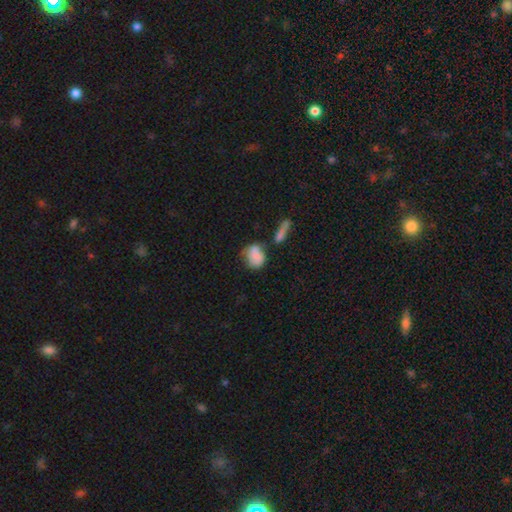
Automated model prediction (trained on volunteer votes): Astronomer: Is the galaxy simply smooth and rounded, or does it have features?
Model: smooth — 77%.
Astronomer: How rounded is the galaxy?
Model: in between — 52% (runner-up: round, 46%).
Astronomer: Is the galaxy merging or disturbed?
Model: none — 42% (runner-up: merger, 26%).